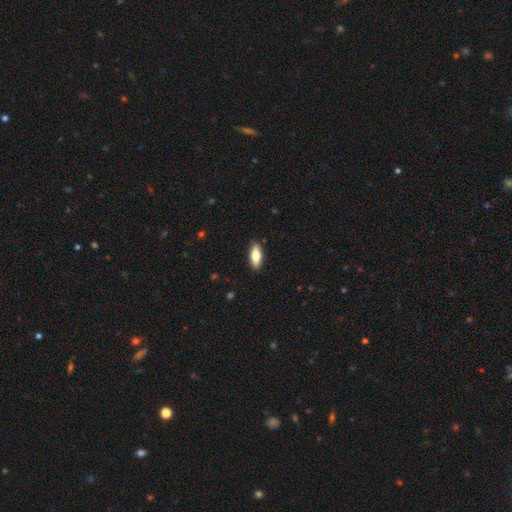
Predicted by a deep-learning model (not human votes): Smooth or featured? Predicted: smooth (p=0.74). How rounded? Predicted: in between (p=0.74). Merging? Predicted: none (p=0.88).